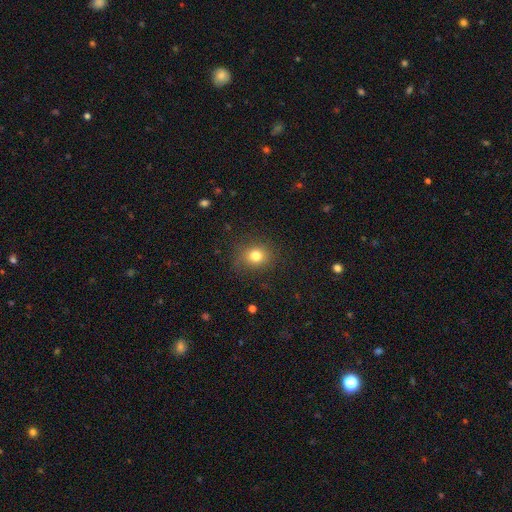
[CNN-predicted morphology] The model was most divided on "how rounded": round: 74%, in between: 25%, cigar-shaped: 1%. More confident: merging — none (83%); smooth or featured — smooth (79%).